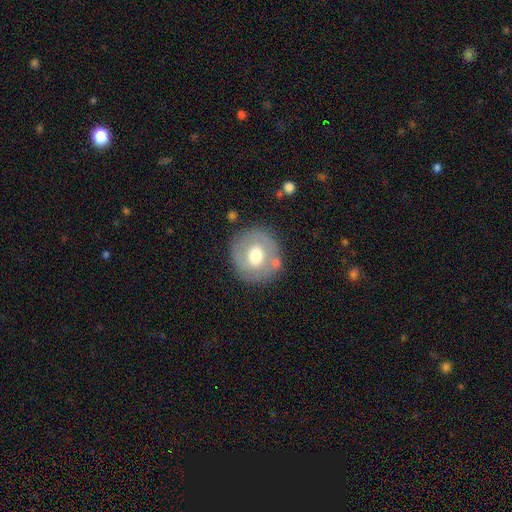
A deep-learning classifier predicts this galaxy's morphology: This appears to be a smooth galaxy with no disk features (54%) that is round (87%). Merging: none (78%).